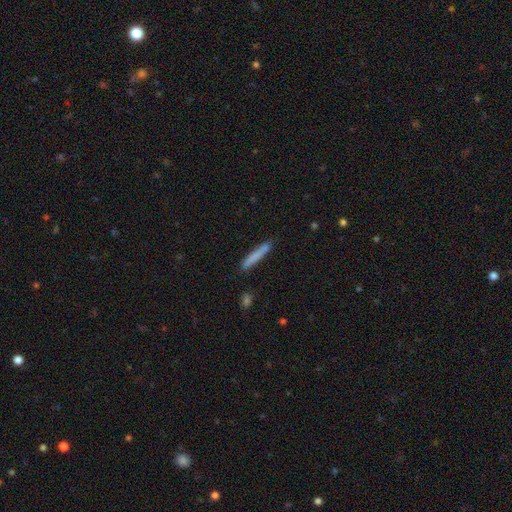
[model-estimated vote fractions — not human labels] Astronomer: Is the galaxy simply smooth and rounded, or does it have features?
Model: smooth — 77%.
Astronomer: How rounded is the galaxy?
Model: cigar-shaped — 95%.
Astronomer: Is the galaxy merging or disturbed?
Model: none — 84%.